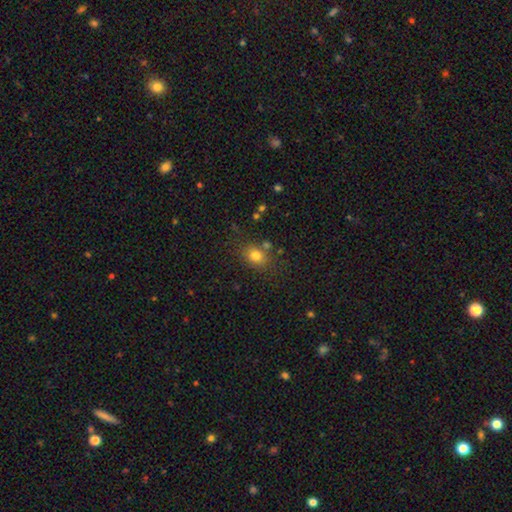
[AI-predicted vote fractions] Smooth or featured: smooth — 79% (star or artifact — 12%)
How rounded: in between — 51% (round — 48%)
Merging: none — 73% (minor disturbance — 14%)